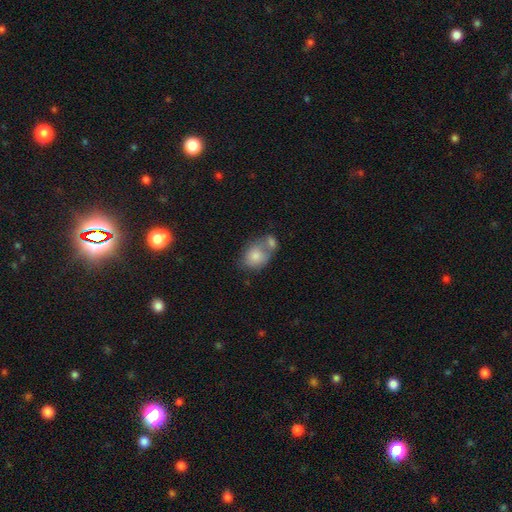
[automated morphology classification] A smooth galaxy with no disk features (80%) that is in between round and cigar-shaped (59%). Merging: merger (50%).